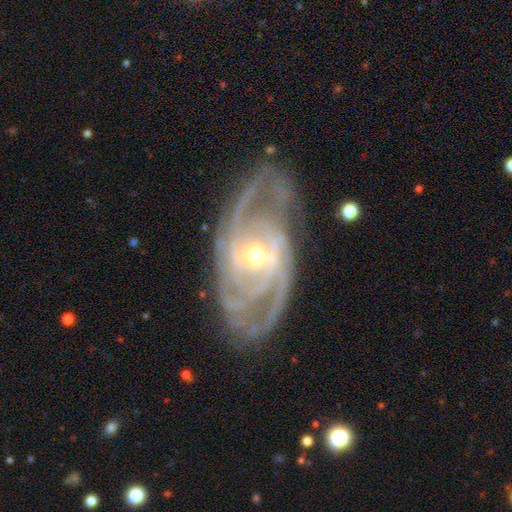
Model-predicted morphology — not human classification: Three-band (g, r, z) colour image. It shows a featured or disk galaxy (91%) with a weak bar (42%), 3 (27%) tight (55%) spiral arms (98%) and a small central bulge (59%). Merging: none (76%).